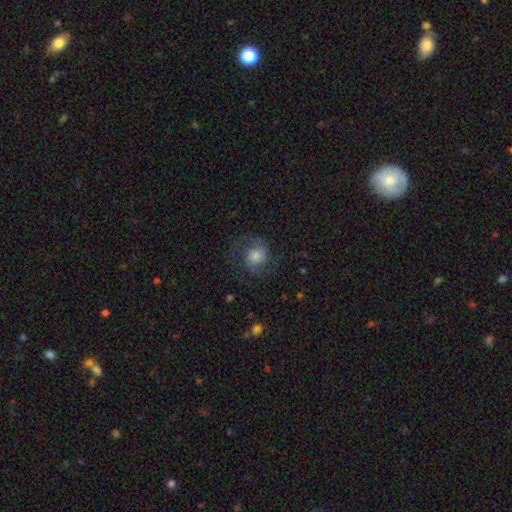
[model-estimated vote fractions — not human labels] Smooth or featured: featured or disk — 61% (smooth — 29%)
Edge-on disk: no — 98% (yes — 2%)
Bar: no — 69% (weak — 26%)
Spiral arms: yes — 92% (no — 8%)
Spiral winding: medium — 50% (loose — 26%)
Spiral arm count: 2 — 86% (can't tell — 5%)
Bulge size: moderate — 41% (large — 31%)
Merging: none — 70% (minor disturbance — 16%)